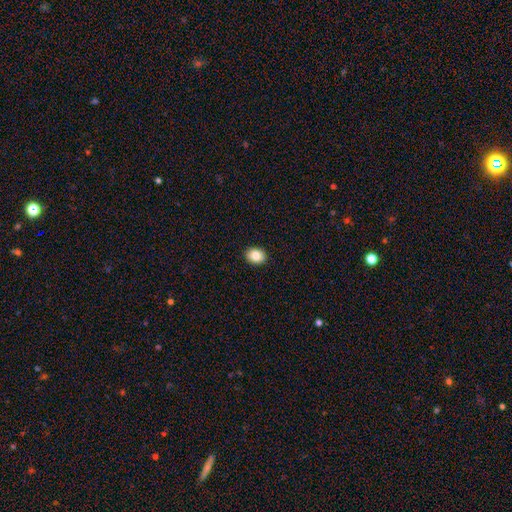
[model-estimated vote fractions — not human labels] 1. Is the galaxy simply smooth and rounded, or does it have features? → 85% smooth, 9% star or artifact, 6% featured or disk.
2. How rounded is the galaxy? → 54% in between, 45% round, 1% cigar-shaped.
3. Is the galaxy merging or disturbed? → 92% none, 6% minor disturbance, 2% major disturbance, 1% merger.